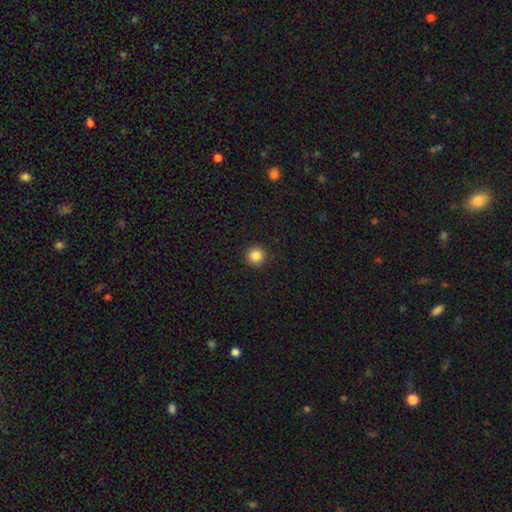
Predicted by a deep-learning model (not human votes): smooth_or_featured: smooth (p=0.85) [alt: star or artifact p=0.11]
how_rounded: round (p=0.95) [alt: in between p=0.04]
merging: none (p=0.93) [alt: minor disturbance p=0.04]